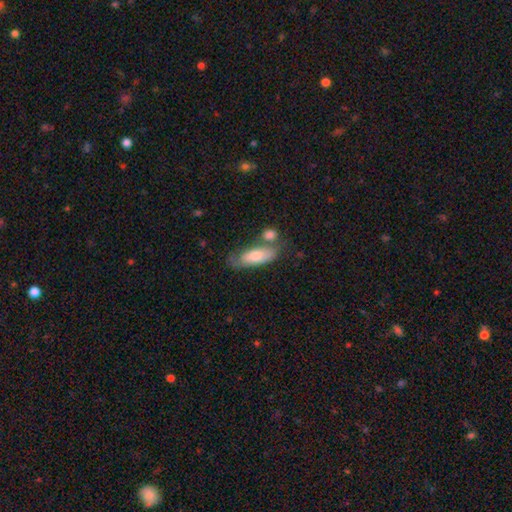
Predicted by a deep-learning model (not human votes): Smooth or featured? smooth (72%)
How rounded? in between (70%)
Merging? none (53%)